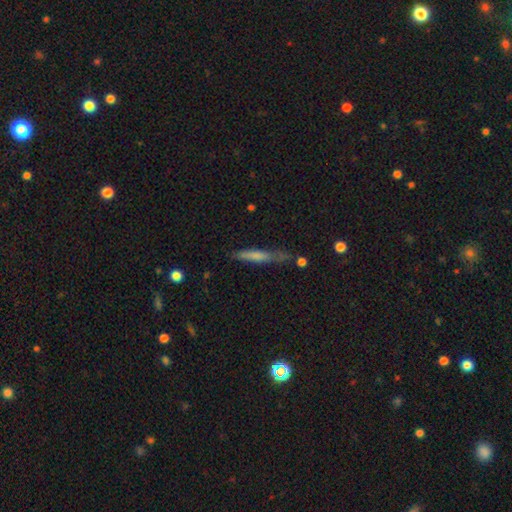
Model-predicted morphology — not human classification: Smooth or featured? smooth (64%)
How rounded? cigar-shaped (92%)
Merging? none (60%)